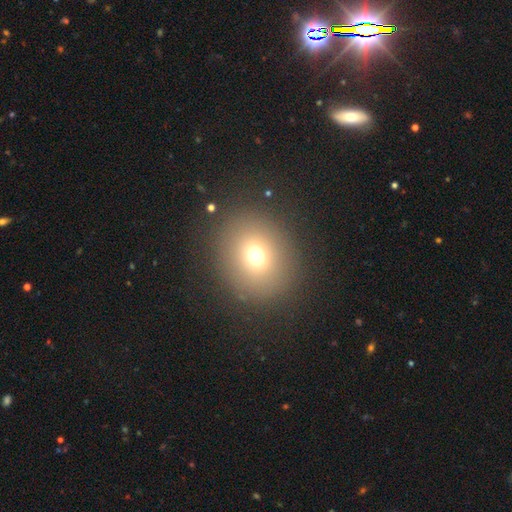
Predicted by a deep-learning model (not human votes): smooth_or_featured: smooth (p=0.70) [alt: star or artifact p=0.20]
how_rounded: round (p=0.78) [alt: in between p=0.22]
merging: none (p=0.86) [alt: minor disturbance p=0.07]